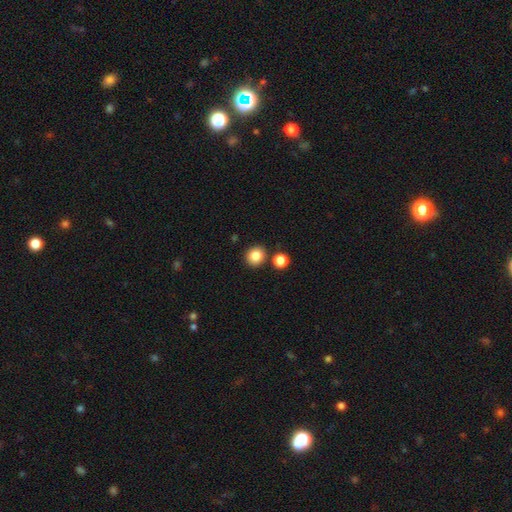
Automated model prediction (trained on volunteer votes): This is clearly a smooth galaxy (84%). How rounded: clearly round (88%). Merging: clearly none (84%).